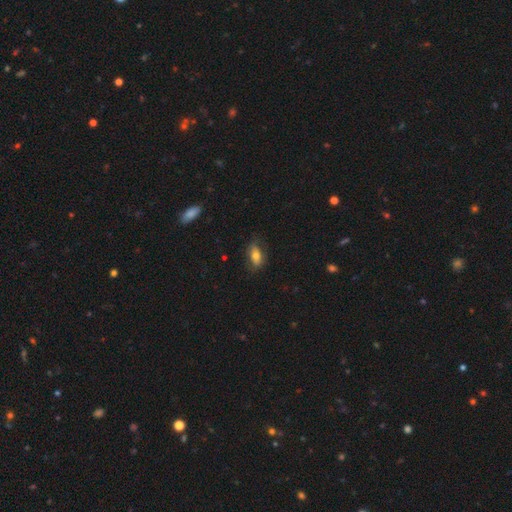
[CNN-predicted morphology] smooth-or-featured: smooth: 68% | featured or disk: 24% | star or artifact: 8%
  how-rounded: in between: 83% | cigar-shaped: 11% | round: 6%
  merging: none: 72% | minor disturbance: 21% | major disturbance: 6% | merger: 1%